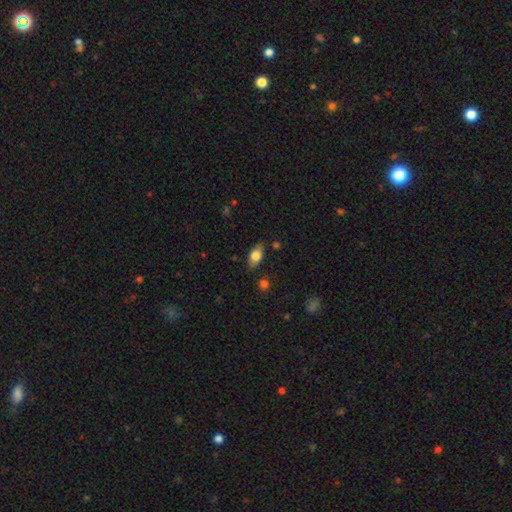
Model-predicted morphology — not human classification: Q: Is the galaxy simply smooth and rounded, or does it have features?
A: smooth — 75%.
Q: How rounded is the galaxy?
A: in between — 87%.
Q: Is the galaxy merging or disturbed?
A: none — 81%.